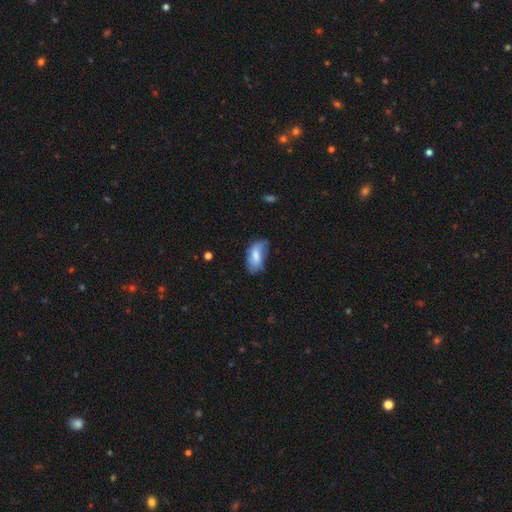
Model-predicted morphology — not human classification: A smooth galaxy with no disk features (71%) that is in between round and cigar-shaped (92%). Merging: none (51%).